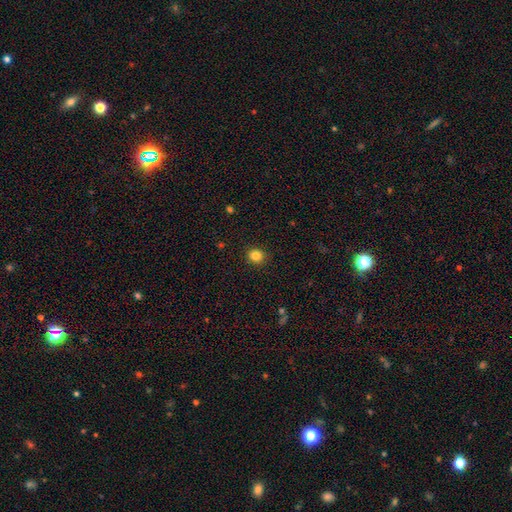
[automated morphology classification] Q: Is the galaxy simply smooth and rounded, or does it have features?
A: smooth — 84%.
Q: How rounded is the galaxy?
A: round — 85%.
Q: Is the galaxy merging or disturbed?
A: none — 91%.